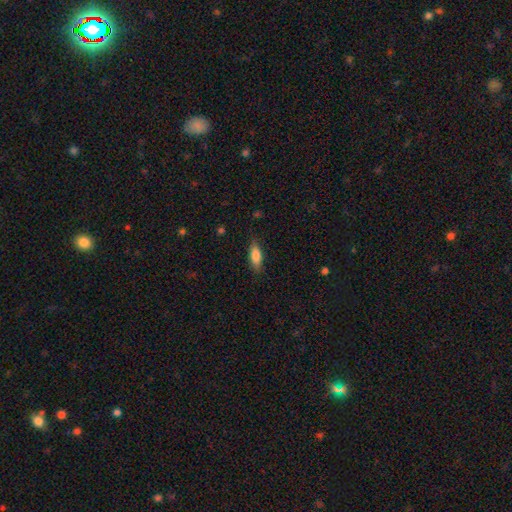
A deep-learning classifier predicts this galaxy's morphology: A smooth galaxy with no disk features (82%) that is in between round and cigar-shaped (69%). Merging: none (83%).